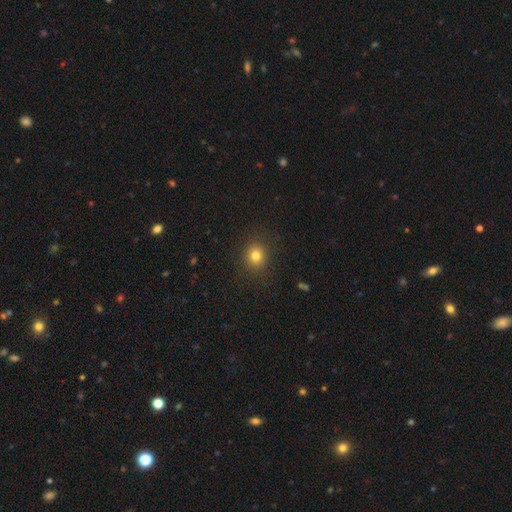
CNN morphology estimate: This is likely a smooth galaxy (80%). How rounded: clearly round (85%). Merging: clearly none (90%).